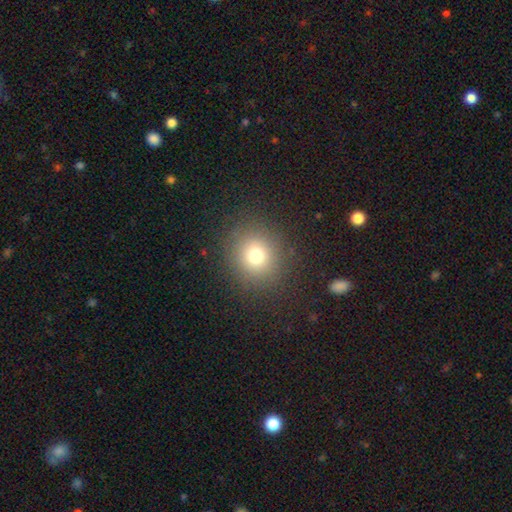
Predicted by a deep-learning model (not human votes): smooth 74%, star or artifact 17%, featured or disk 10%. Down the decision tree: how rounded — round (88%); merging — none (88%).